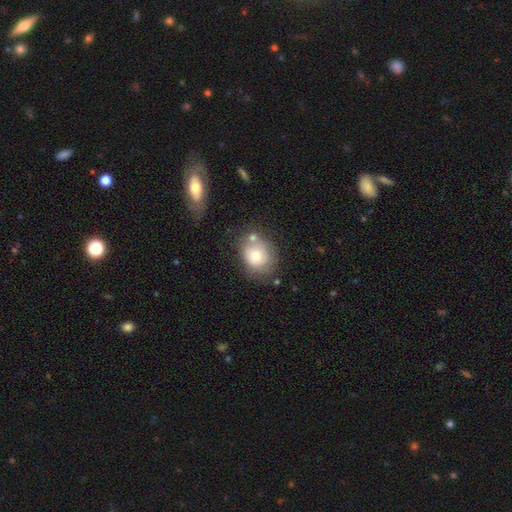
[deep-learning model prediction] smooth_or_featured: smooth (p=0.72) [alt: featured or disk p=0.19]
how_rounded: round (p=0.57) [alt: in between p=0.42]
merging: none (p=0.56) [alt: minor disturbance p=0.20]